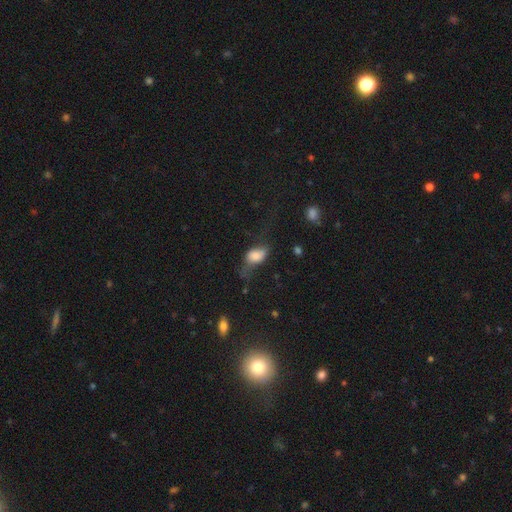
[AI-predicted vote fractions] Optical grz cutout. It shows a smooth galaxy with no disk features (66%) that is in between round and cigar-shaped (84%). Merging: major disturbance (37%).